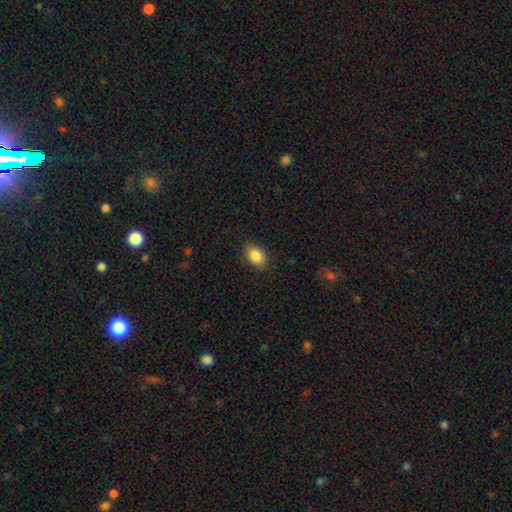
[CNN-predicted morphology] smooth 86%, star or artifact 8%, featured or disk 6%. Down the decision tree: how rounded — in between (84%); merging — none (86%).